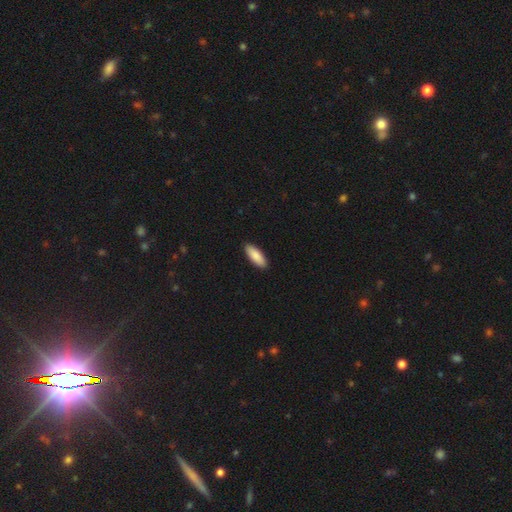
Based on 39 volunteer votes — Smooth or featured: smooth — 92% (featured or disk — 5%)
How rounded: cigar-shaped — 53% (in between — 42%)
Merging: none — 89% (minor disturbance — 8%)